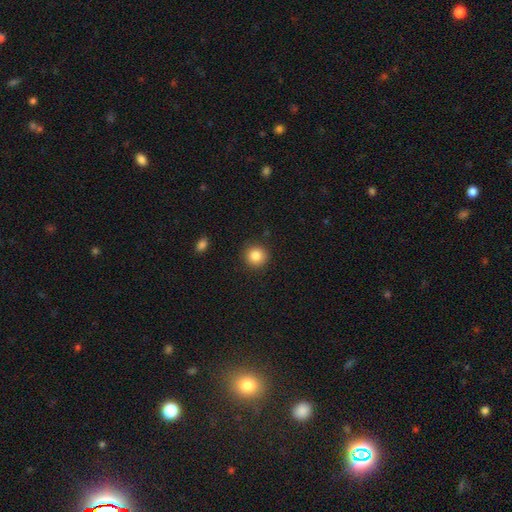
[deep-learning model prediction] A smooth galaxy with no disk features (85%) that is round (93%).

Vote fractions:
- Smooth or featured? smooth: 85% / star or artifact: 10% / featured or disk: 5%
- How rounded? round: 93% / in between: 6% / cigar-shaped: 1%
- Merging? none: 90% / minor disturbance: 6% / major disturbance: 2% / merger: 1%